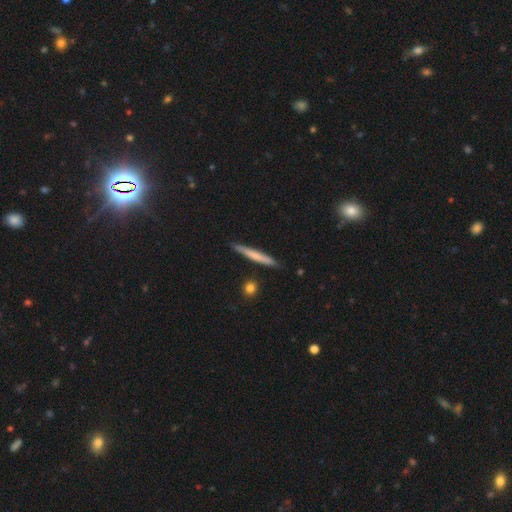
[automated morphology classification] smooth-or-featured: smooth: 61% | featured or disk: 34% | star or artifact: 6%
  how-rounded: cigar-shaped: 96% | in between: 3% | round: 1%
  merging: none: 87% | minor disturbance: 9% | merger: 2% | major disturbance: 2%